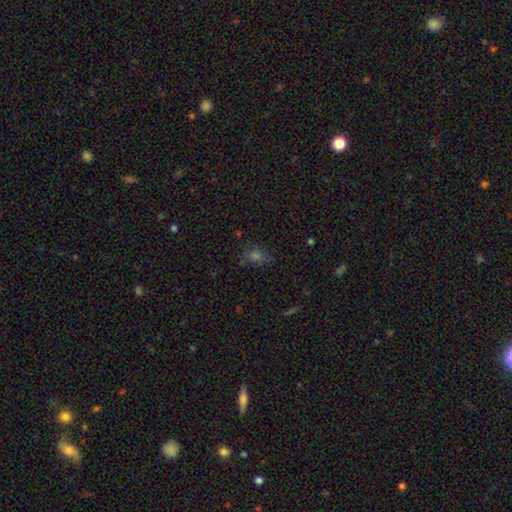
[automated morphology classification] Smooth or featured? smooth (54%)
How rounded? in between (63%)
Merging? none (68%)